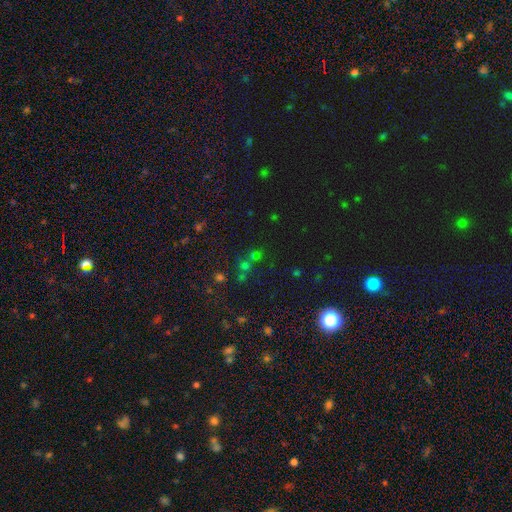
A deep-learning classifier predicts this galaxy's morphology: This appears to be a star or artifact, not a galaxy (51%).